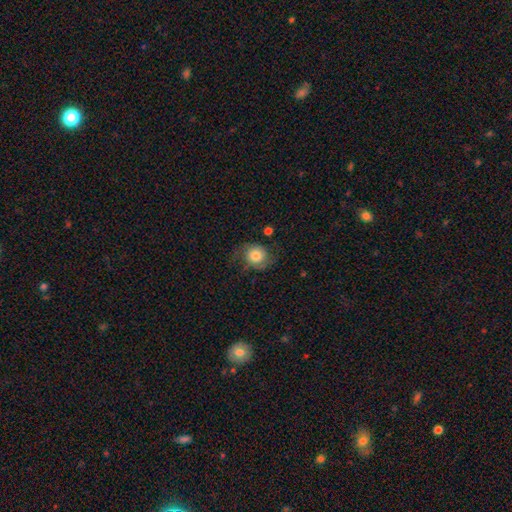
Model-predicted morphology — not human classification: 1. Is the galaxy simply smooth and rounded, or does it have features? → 54% smooth, 37% featured or disk, 9% star or artifact.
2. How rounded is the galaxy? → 75% round, 24% in between, 1% cigar-shaped.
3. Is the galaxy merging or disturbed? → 62% none, 22% minor disturbance, 13% major disturbance, 3% merger.